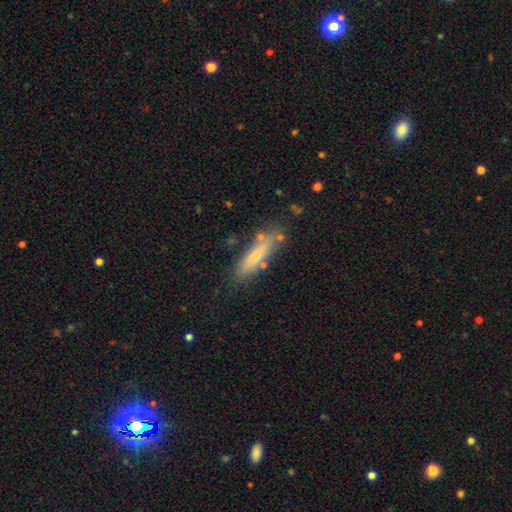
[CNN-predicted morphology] Smooth or featured: smooth — 72% (featured or disk — 21%)
How rounded: cigar-shaped — 79% (in between — 19%)
Merging: none — 76% (minor disturbance — 15%)